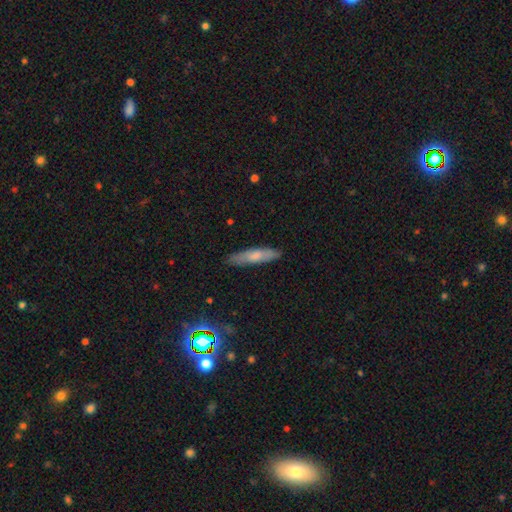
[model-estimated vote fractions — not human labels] This is likely a smooth galaxy (68%). How rounded: clearly cigar-shaped (81%). Merging: clearly none (87%).